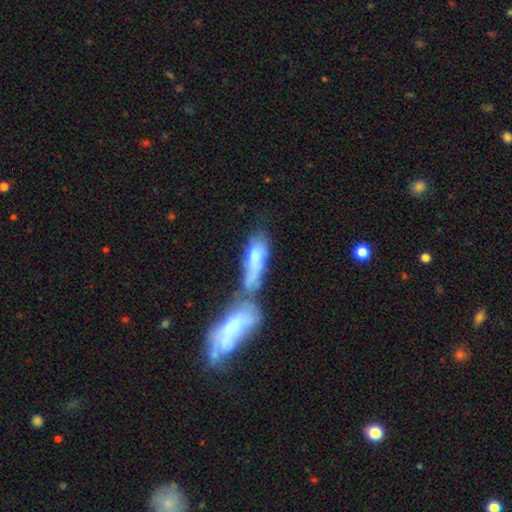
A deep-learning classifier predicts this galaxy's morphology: Smooth or featured: smooth — 57% (featured or disk — 34%)
How rounded: in between — 56% (cigar-shaped — 41%)
Merging: merger — 56% (none — 24%)